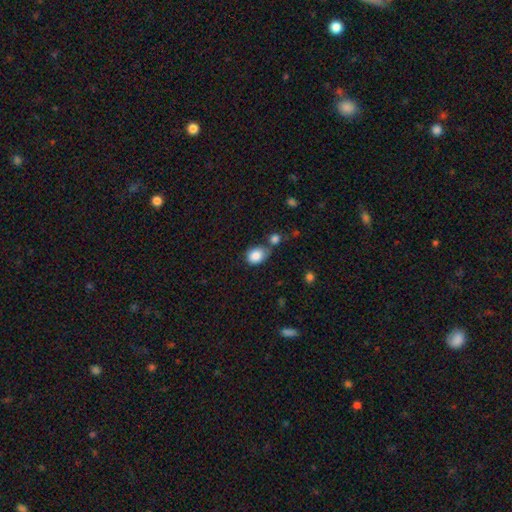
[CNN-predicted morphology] A smooth galaxy with no disk features (86%) that is in between round and cigar-shaped (64%).

Vote fractions:
- Smooth or featured? smooth: 86% / star or artifact: 8% / featured or disk: 6%
- How rounded? in between: 64% / round: 35% / cigar-shaped: 1%
- Merging? none: 53% / merger: 22% / minor disturbance: 20% / major disturbance: 6%